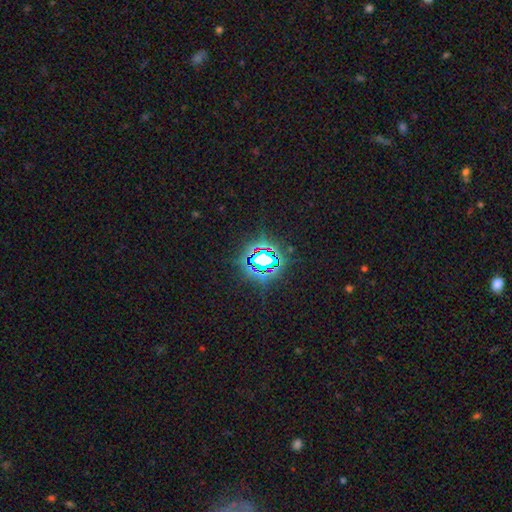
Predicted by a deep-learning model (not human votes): Smooth or featured? star or artifact (78%)